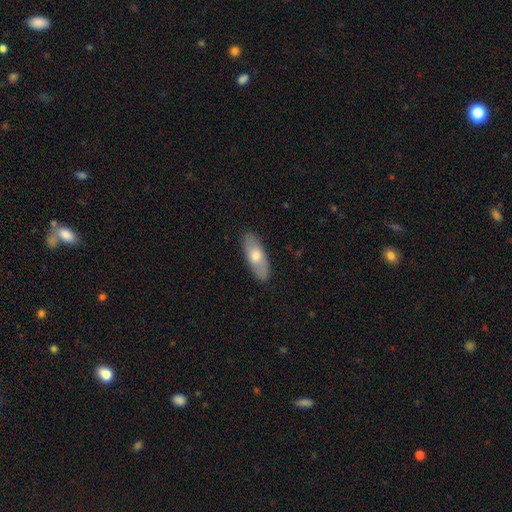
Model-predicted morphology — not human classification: This appears to be a smooth galaxy with no disk features (66%) that is in between round and cigar-shaped (68%). Merging: none (88%).